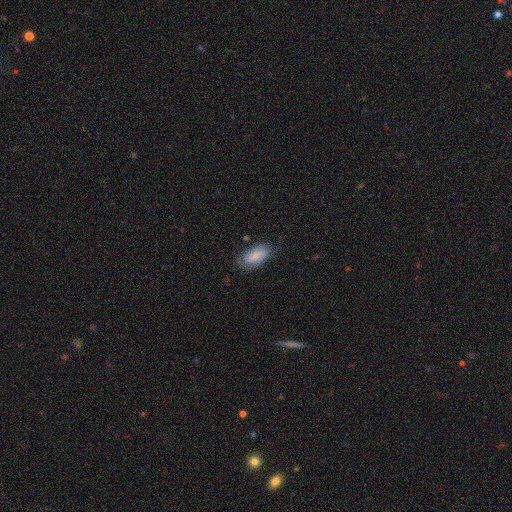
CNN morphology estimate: Overall: smooth (63%; featured or disk 30%). How rounded: in between (91%). Merging: none (62%; minor disturbance 27%).